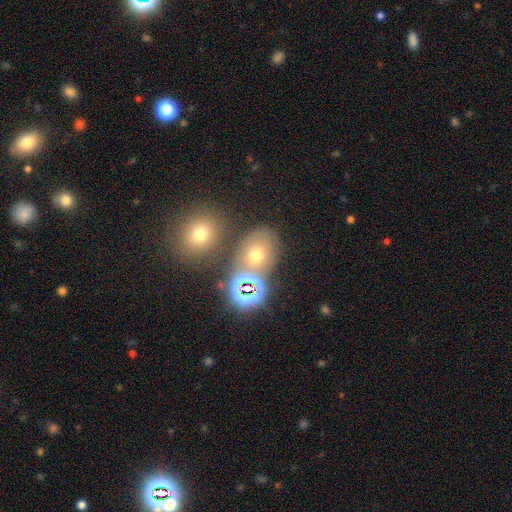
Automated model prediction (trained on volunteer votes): Smooth or featured? smooth (57%)
How rounded? in between (52%)
Merging? none (60%)